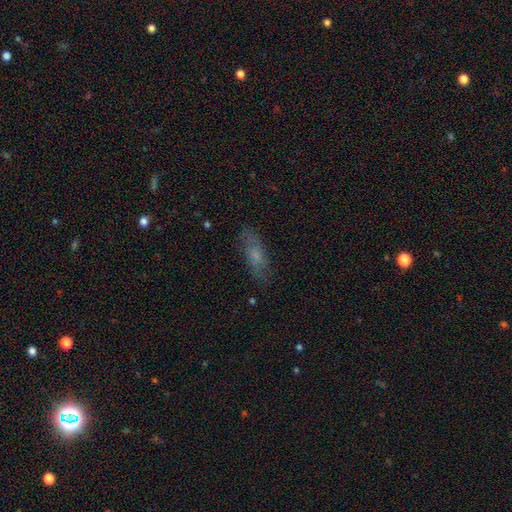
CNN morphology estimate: Overall: smooth (61%; featured or disk 29%). How rounded: in between (58%; cigar-shaped 39%). Merging: none (76%).